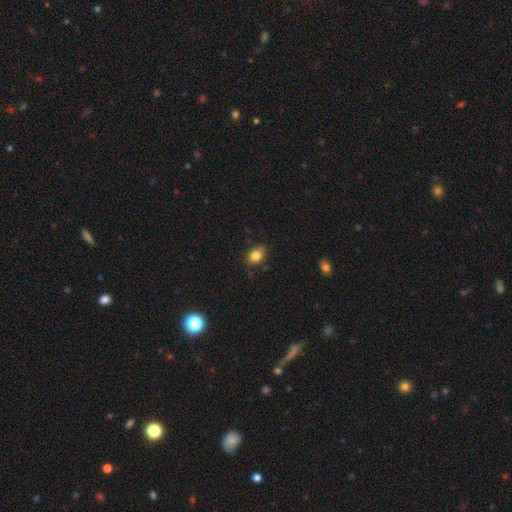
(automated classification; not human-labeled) A smooth galaxy with no disk features (82%) that is in between round and cigar-shaped (63%).

Vote fractions:
- Smooth or featured? smooth: 82% / star or artifact: 10% / featured or disk: 8%
- How rounded? in between: 63% / round: 35% / cigar-shaped: 2%
- Merging? none: 77% / minor disturbance: 18% / major disturbance: 3% / merger: 2%